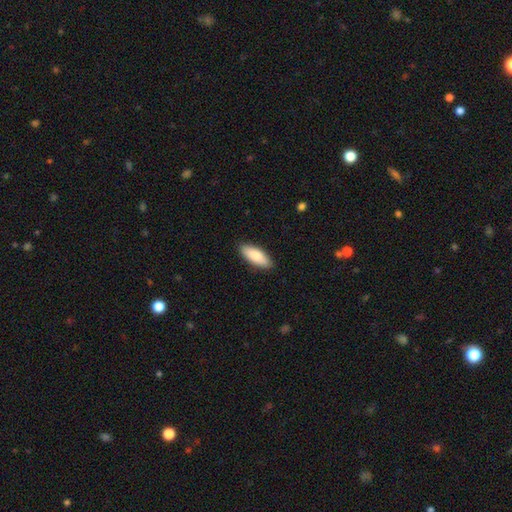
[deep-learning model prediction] This appears to be a smooth galaxy with no disk features (84%) that is in between round and cigar-shaped (76%). Merging: none (89%).